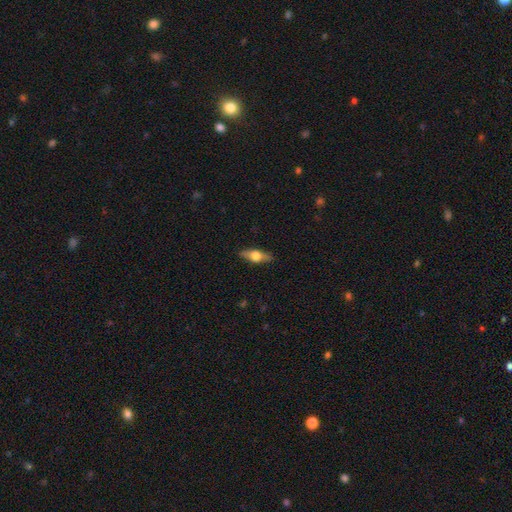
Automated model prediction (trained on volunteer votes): smooth-or-featured: smooth: 48% | featured or disk: 46% | star or artifact: 6%
  merging: none: 87% | minor disturbance: 9% | major disturbance: 2% | merger: 1%